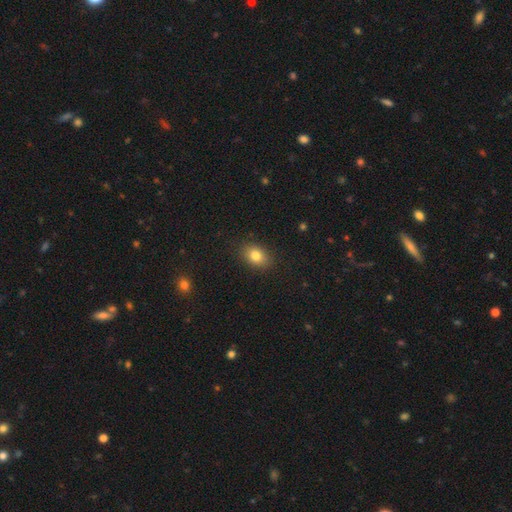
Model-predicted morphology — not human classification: Smooth or featured?
  - smooth: 81% *
  - star or artifact: 10%
  - featured or disk: 9%
How rounded?
  - in between: 76% *
  - round: 23%
  - cigar-shaped: 1%
Merging?
  - none: 87% *
  - minor disturbance: 9%
  - major disturbance: 3%
  - merger: 1%